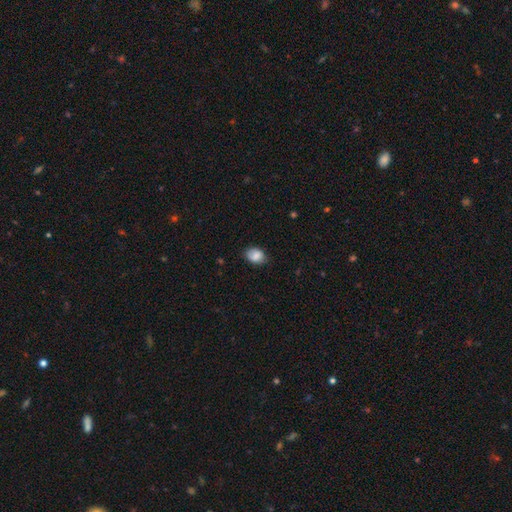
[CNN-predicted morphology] Smooth or featured: smooth — 84% (star or artifact — 8%)
How rounded: in between — 75% (round — 24%)
Merging: none — 75% (minor disturbance — 20%)